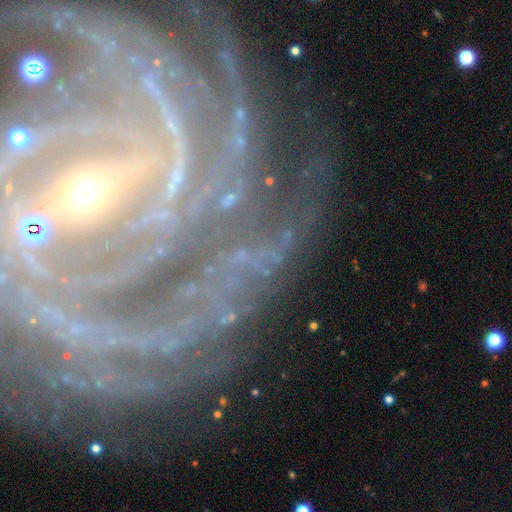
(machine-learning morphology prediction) Smooth or featured? Predicted: featured or disk (p=0.89). Edge-on disk? Predicted: no (p=0.97). Bar? Predicted: strong (p=0.51). Spiral arms? Predicted: yes (p=0.98). Spiral winding? Predicted: tight (p=0.73). Spiral arm count? Predicted: 4 (p=0.20). Bulge size? Predicted: small (p=0.76). Merging? Predicted: none (p=0.74).